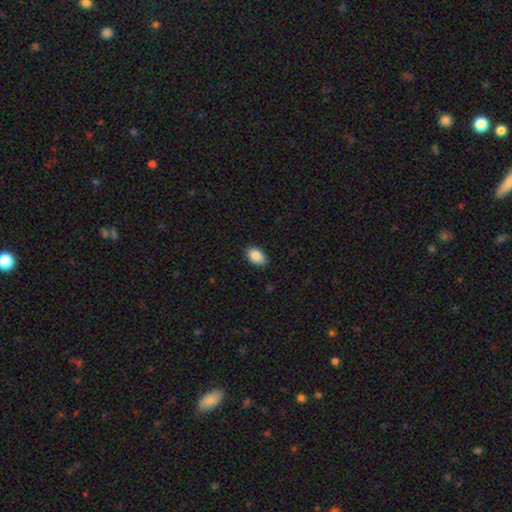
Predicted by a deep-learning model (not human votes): Q: Smooth or featured?
A: smooth (87%); runner-up: star or artifact (7%)
Q: How rounded?
A: in between (91%); runner-up: round (7%)
Q: Merging?
A: none (87%); runner-up: minor disturbance (10%)